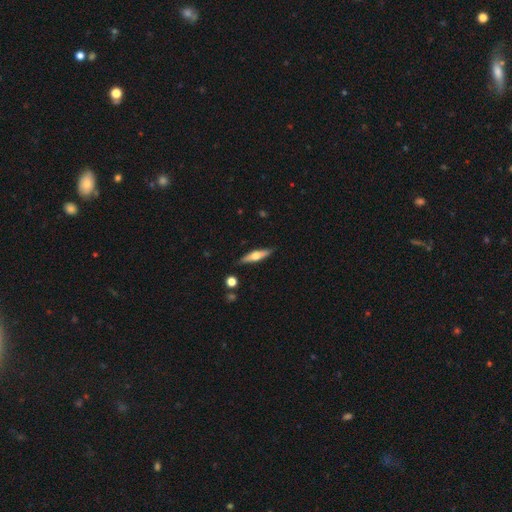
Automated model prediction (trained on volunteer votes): Morphology: type=featured or disk (53%); edge-on=yes (91%); merging=none (87%).